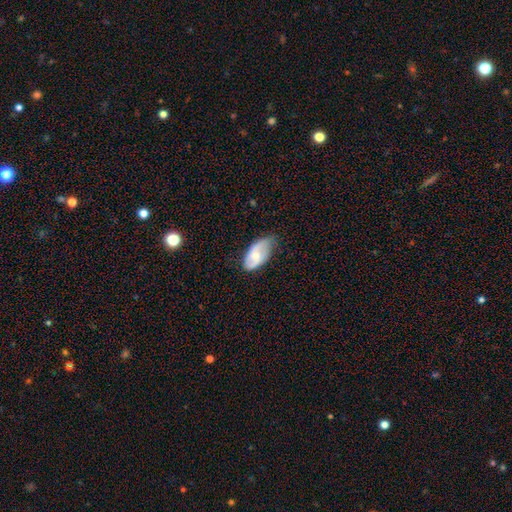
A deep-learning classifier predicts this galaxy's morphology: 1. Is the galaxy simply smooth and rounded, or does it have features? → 51% smooth, 43% featured or disk, 6% star or artifact.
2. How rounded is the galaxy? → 94% in between, 4% round, 3% cigar-shaped.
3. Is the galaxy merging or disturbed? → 53% none, 37% minor disturbance, 9% major disturbance, 1% merger.